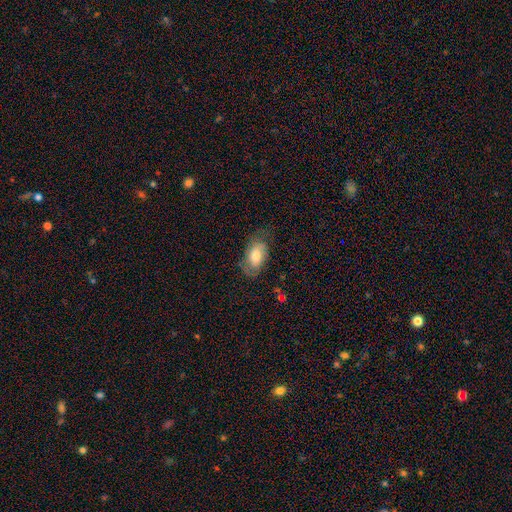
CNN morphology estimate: Smooth or featured: smooth — 62% (featured or disk — 31%)
How rounded: in between — 92% (round — 6%)
Merging: none — 60% (minor disturbance — 27%)